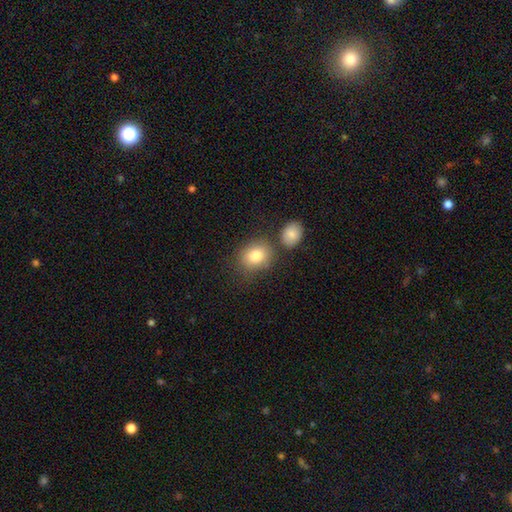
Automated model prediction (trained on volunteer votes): Morphology: type=smooth (82%); roundness=round (55%); merging=none (65%).